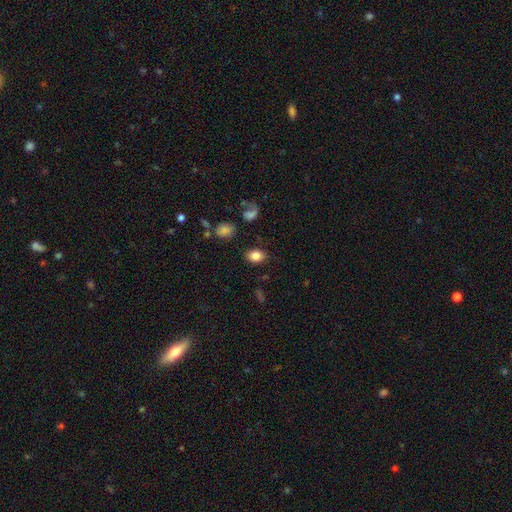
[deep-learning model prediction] A smooth galaxy with no disk features (82%) that is in between round and cigar-shaped (77%).

Vote fractions:
- Smooth or featured? smooth: 82% / star or artifact: 9% / featured or disk: 8%
- How rounded? in between: 77% / round: 22% / cigar-shaped: 1%
- Merging? none: 84% / minor disturbance: 10% / major disturbance: 4% / merger: 2%